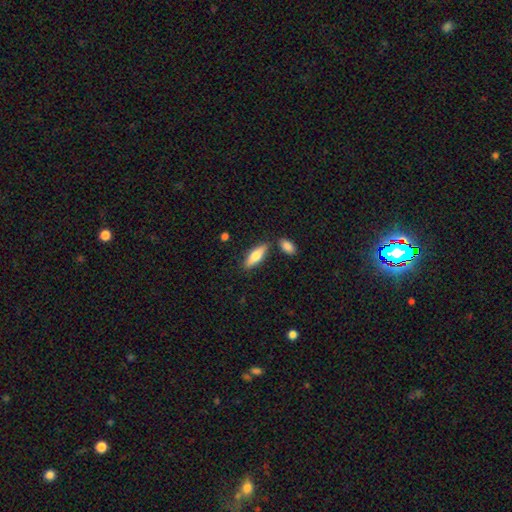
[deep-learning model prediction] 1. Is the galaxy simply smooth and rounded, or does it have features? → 67% smooth, 27% featured or disk, 6% star or artifact.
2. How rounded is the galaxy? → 51% in between, 47% cigar-shaped, 2% round.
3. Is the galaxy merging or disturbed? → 78% none, 11% minor disturbance, 8% merger, 3% major disturbance.